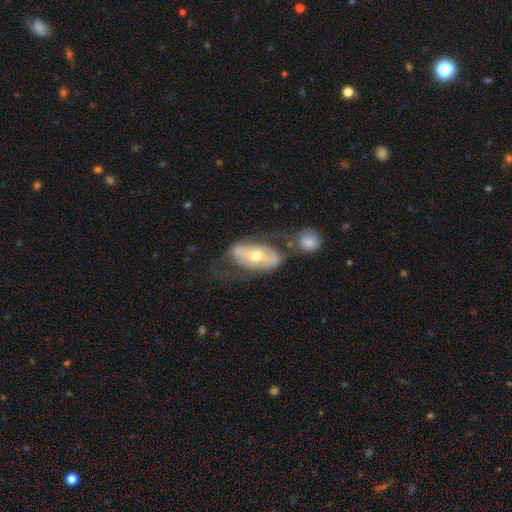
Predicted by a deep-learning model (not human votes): Overall: featured or disk (62%; smooth 32%). Edge-on disk: no (89%). Bar: no (50%; weak 26%). Spiral arms: no (53%; yes 47%). Bulge size: moderate (74%). Merging: none (45%; minor disturbance 20%).